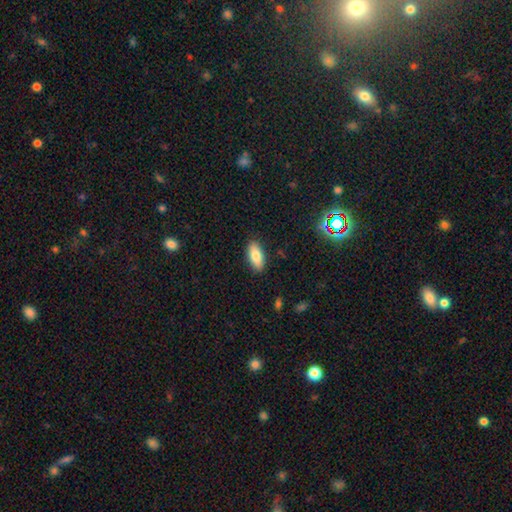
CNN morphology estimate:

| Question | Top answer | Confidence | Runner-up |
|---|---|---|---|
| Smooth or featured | smooth | 81% | featured or disk (11%) |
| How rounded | in between | 85% | cigar-shaped (12%) |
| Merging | none | 88% | minor disturbance (9%) |